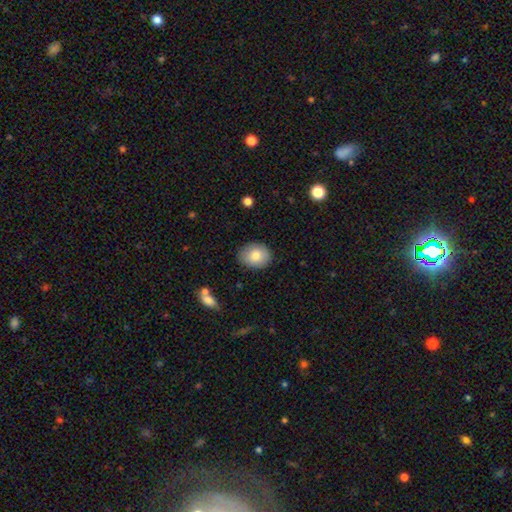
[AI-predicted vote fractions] smooth_or_featured: smooth (p=0.81) [alt: featured or disk p=0.12]
how_rounded: in between (p=0.54) [alt: round p=0.45]
merging: none (p=0.84) [alt: minor disturbance p=0.13]